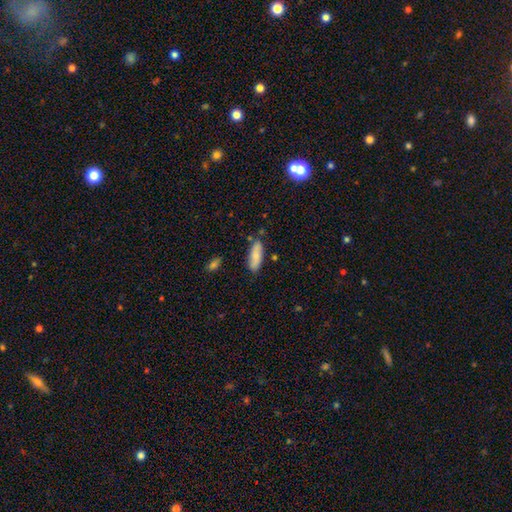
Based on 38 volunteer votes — smooth-or-featured: smooth: 82% | featured or disk: 13% | star or artifact: 5%
  how-rounded: in between: 61% | cigar-shaped: 39% | round: 0%
  merging: none: 81% | minor disturbance: 17% | major disturbance: 3% | merger: 0%